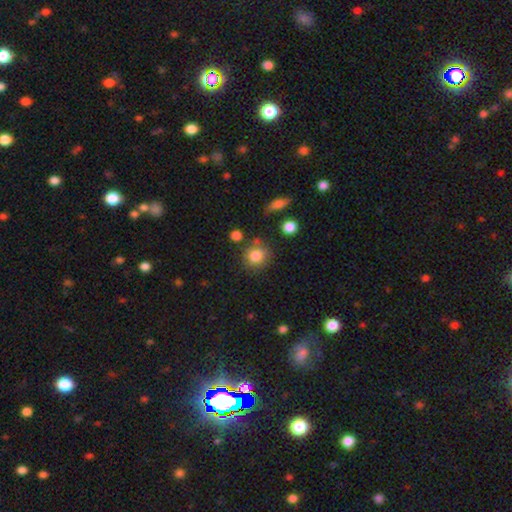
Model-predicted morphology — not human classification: The model was most divided on "merging": none: 76%, minor disturbance: 14%, merger: 7%, major disturbance: 4%. More confident: how rounded — round (85%); smooth or featured — smooth (82%).